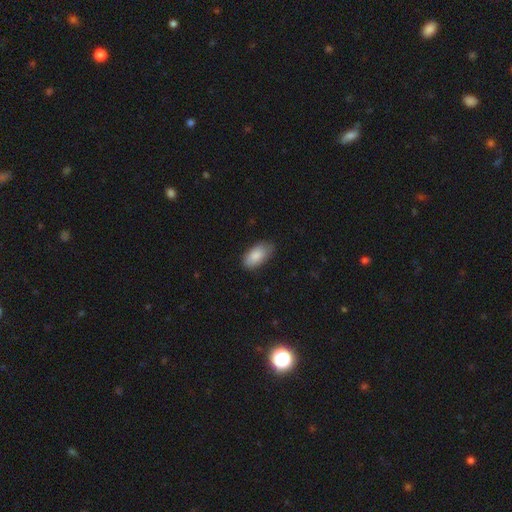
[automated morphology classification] A smooth galaxy with no disk features (86%) that is in between round and cigar-shaped (94%). Merging: none (77%).